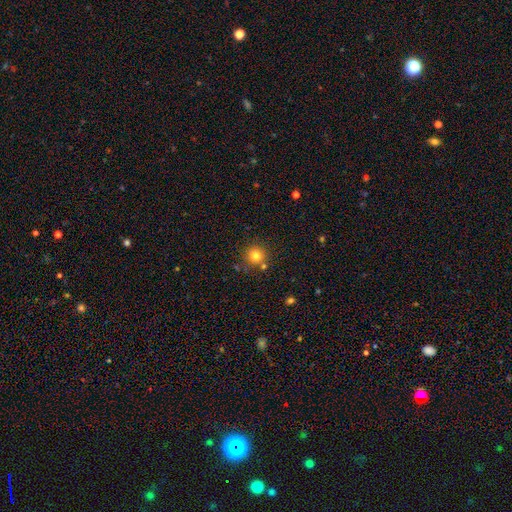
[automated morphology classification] smooth 79%, star or artifact 14%, featured or disk 7%. Down the decision tree: how rounded — round (94%); merging — none (80%).